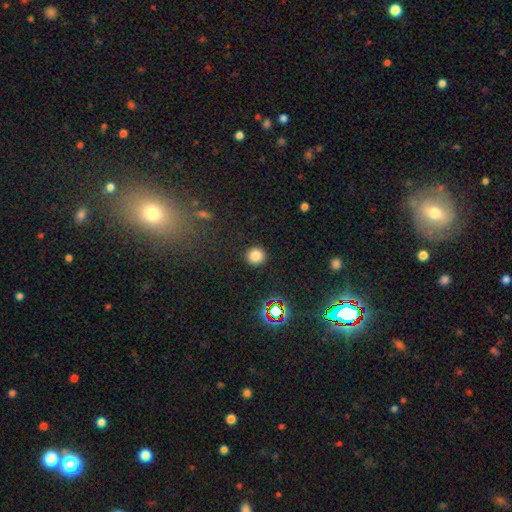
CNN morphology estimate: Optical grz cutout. It shows a smooth galaxy with no disk features (79%) that is round (93%). Merging: none (91%).